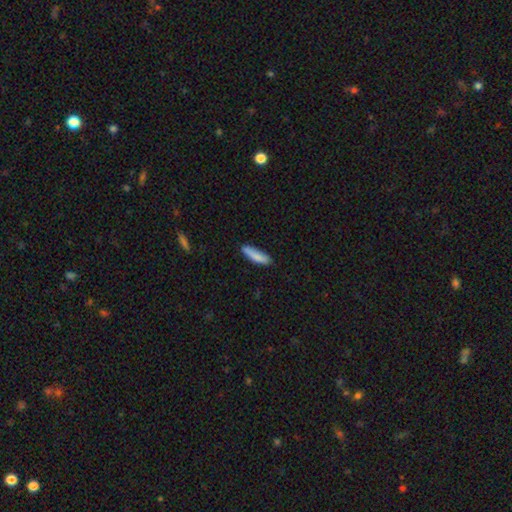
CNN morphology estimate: smooth 84%, featured or disk 10%, star or artifact 6%. Down the decision tree: how rounded — cigar-shaped (69%); merging — none (76%).